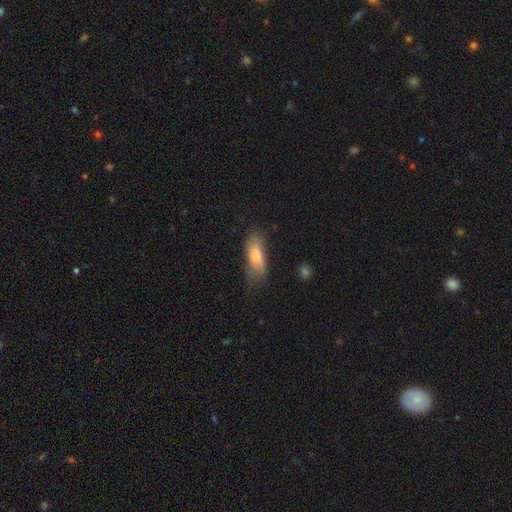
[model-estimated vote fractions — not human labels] This appears to be a smooth galaxy with no disk features (77%) that is in between round and cigar-shaped (73%). Merging: none (46%).